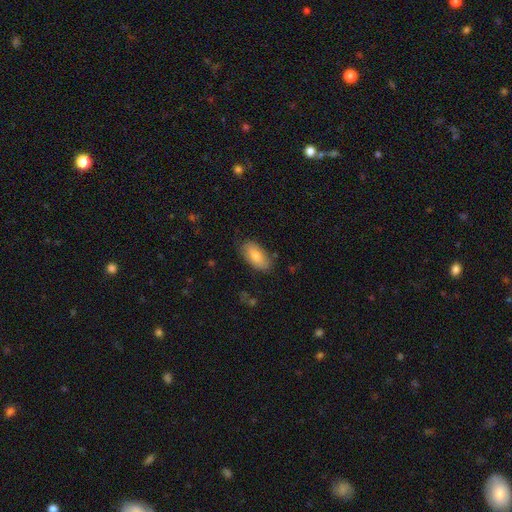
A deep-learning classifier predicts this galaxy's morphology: smooth-or-featured: smooth: 80% | featured or disk: 13% | star or artifact: 7%
  how-rounded: in between: 92% | cigar-shaped: 6% | round: 3%
  merging: none: 81% | minor disturbance: 14% | major disturbance: 3% | merger: 1%